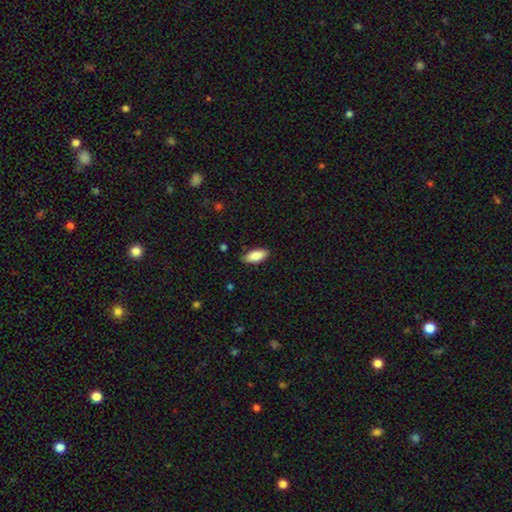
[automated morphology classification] This appears to be a smooth galaxy with no disk features (84%) that is in between round and cigar-shaped (86%). Merging: none (85%).